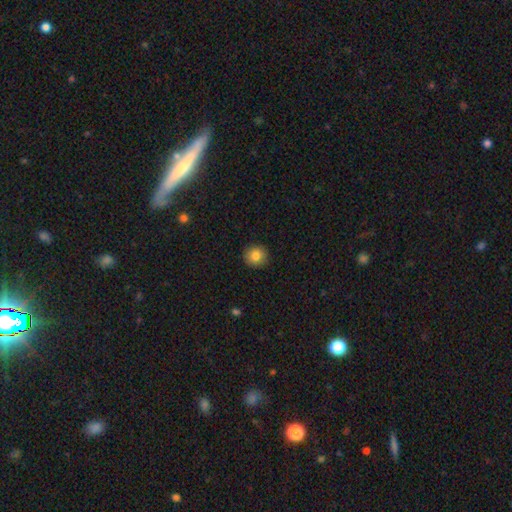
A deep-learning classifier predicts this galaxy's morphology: Smooth or featured? smooth (84%)
How rounded? round (92%)
Merging? none (91%)